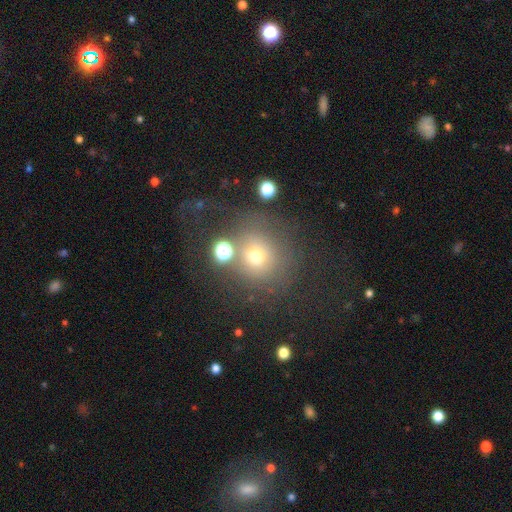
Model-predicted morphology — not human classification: This appears to be a smooth galaxy with no disk features (63%) that is round (89%). Merging: none (61%).